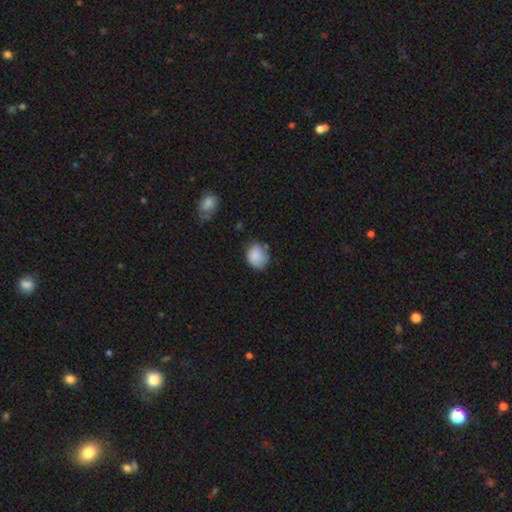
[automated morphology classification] A smooth galaxy with no disk features (85%) that is round (58%).

Vote fractions:
- Smooth or featured? smooth: 85% / star or artifact: 8% / featured or disk: 7%
- How rounded? round: 58% / in between: 41% / cigar-shaped: 1%
- Merging? none: 62% / minor disturbance: 28% / major disturbance: 6% / merger: 4%